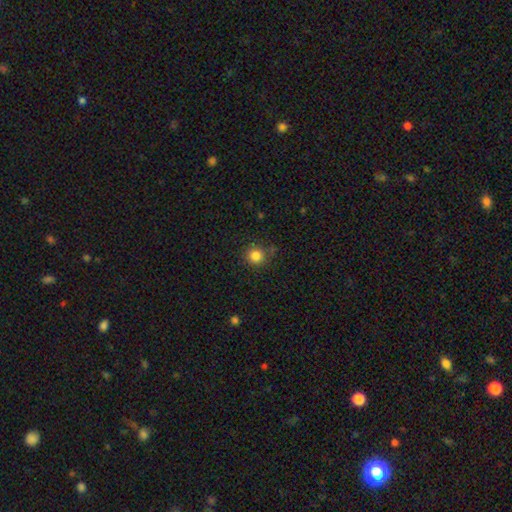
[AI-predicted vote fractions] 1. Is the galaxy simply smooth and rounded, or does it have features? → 84% smooth, 12% star or artifact, 4% featured or disk.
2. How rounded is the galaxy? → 92% round, 7% in between, 1% cigar-shaped.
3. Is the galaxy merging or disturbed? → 81% none, 12% minor disturbance, 4% major disturbance, 3% merger.